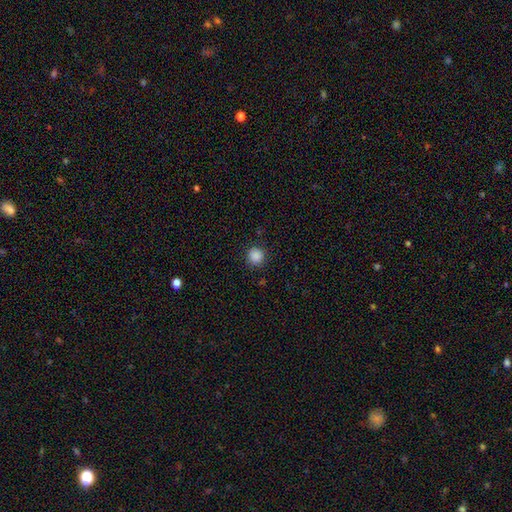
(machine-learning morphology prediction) smooth 87%, star or artifact 10%, featured or disk 3%. Down the decision tree: how rounded — round (93%); merging — none (89%).